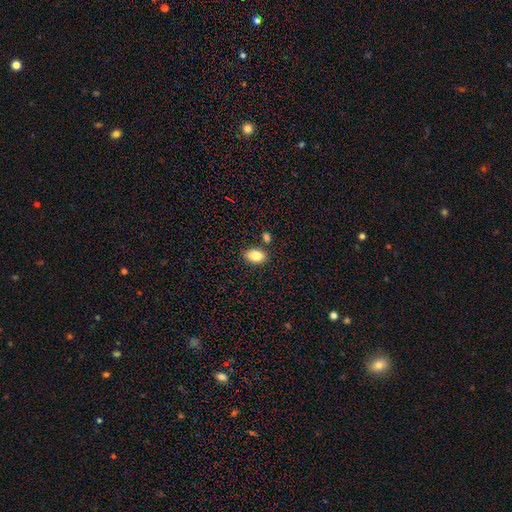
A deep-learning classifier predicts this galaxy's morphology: smooth 82%, featured or disk 9%, star or artifact 8%. Down the decision tree: how rounded — in between (87%); merging — none (80%).